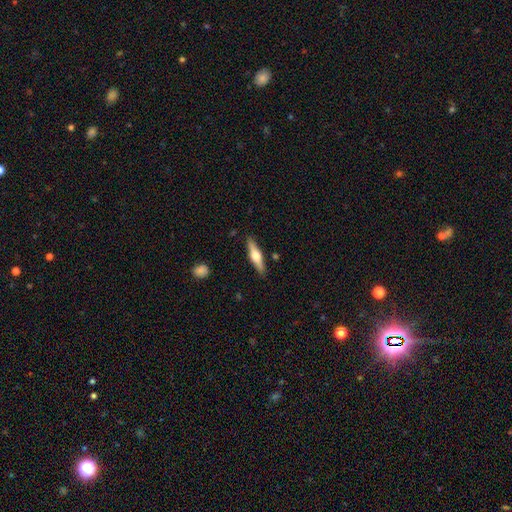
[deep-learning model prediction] Smooth or featured? featured or disk (55%)
Edge-on disk? yes (96%)
Edge-on bulge? rounded (92%)
Merging? none (88%)